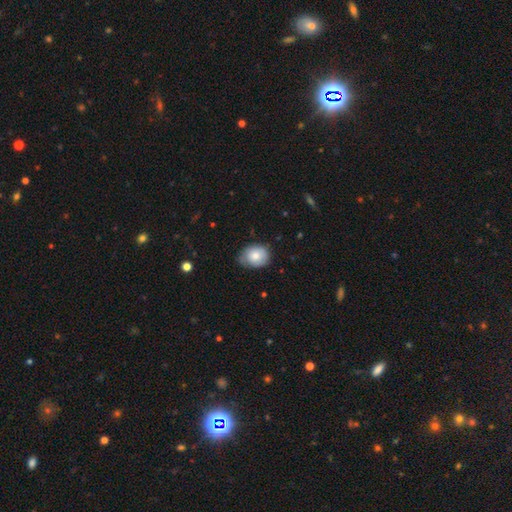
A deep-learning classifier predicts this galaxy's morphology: Smooth or featured: smooth — 78% (featured or disk — 15%)
How rounded: round — 54% (in between — 45%)
Merging: none — 63% (minor disturbance — 30%)